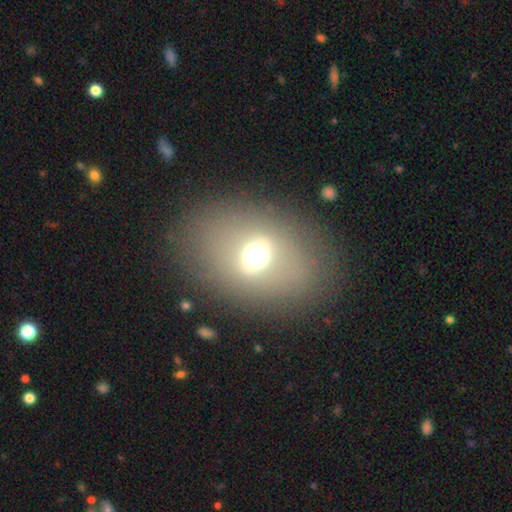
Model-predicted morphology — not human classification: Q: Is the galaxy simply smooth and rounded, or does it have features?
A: smooth — 58%.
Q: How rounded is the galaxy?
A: in between — 55%.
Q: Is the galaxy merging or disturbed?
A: none — 79%.